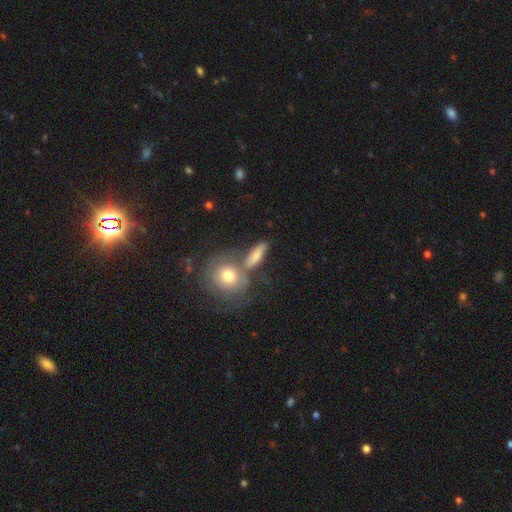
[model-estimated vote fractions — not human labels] This is likely a smooth galaxy (68%). How rounded: possibly in between (47%). Merging: possibly none (49%).